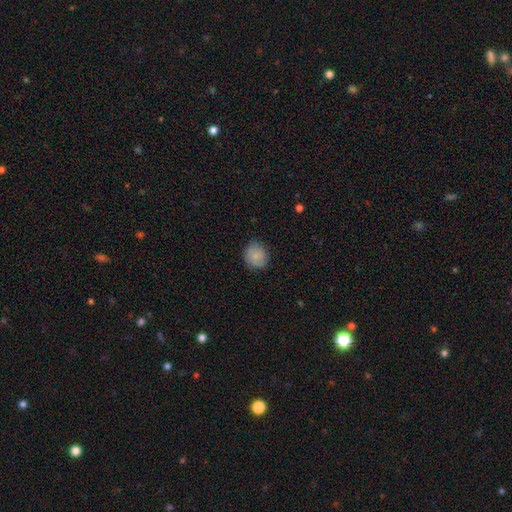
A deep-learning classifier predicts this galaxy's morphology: A smooth galaxy with no disk features (73%) that is round (83%).

Vote fractions:
- Smooth or featured? smooth: 73% / featured or disk: 19% / star or artifact: 8%
- How rounded? round: 83% / in between: 16% / cigar-shaped: 1%
- Merging? none: 80% / minor disturbance: 16% / major disturbance: 3% / merger: 1%